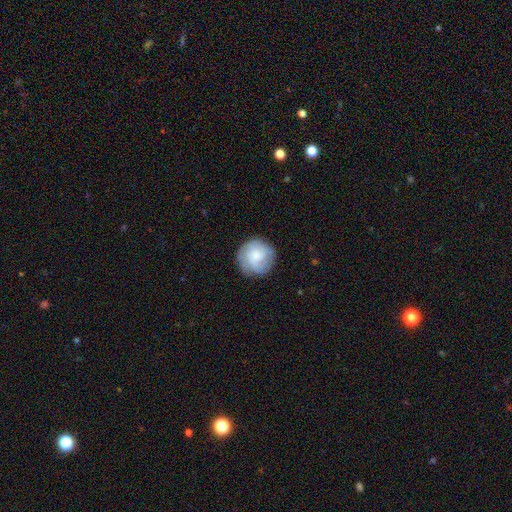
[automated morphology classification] Overall: smooth (54%; featured or disk 39%). How rounded: round (92%). Merging: none (77%).